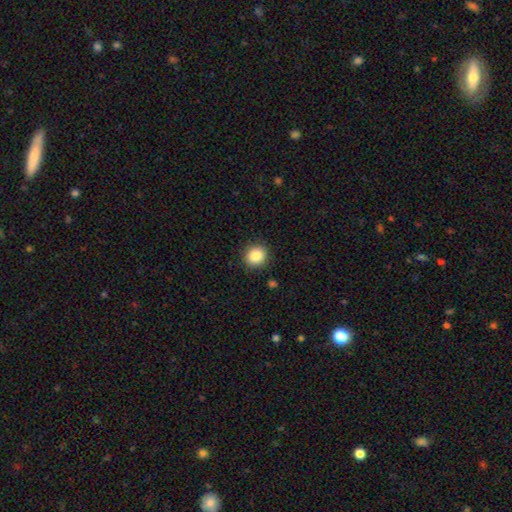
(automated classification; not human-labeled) Q: Smooth or featured?
A: smooth (86%); runner-up: star or artifact (9%)
Q: How rounded?
A: round (85%); runner-up: in between (14%)
Q: Merging?
A: none (90%); runner-up: minor disturbance (7%)